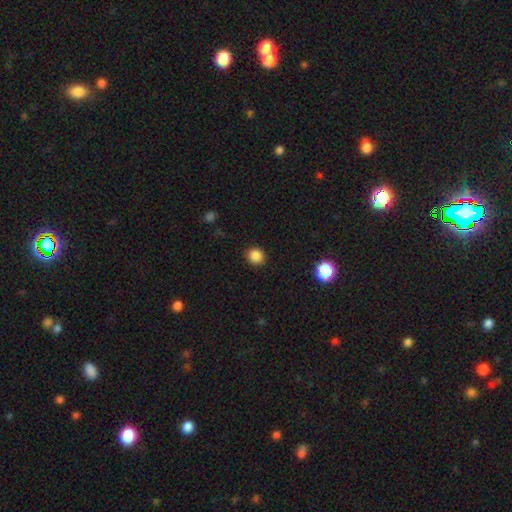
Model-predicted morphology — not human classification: Smooth or featured?
  - smooth: 86% *
  - star or artifact: 11%
  - featured or disk: 3%
How rounded?
  - round: 89% *
  - in between: 10%
  - cigar-shaped: 1%
Merging?
  - none: 91% *
  - minor disturbance: 6%
  - major disturbance: 2%
  - merger: 1%